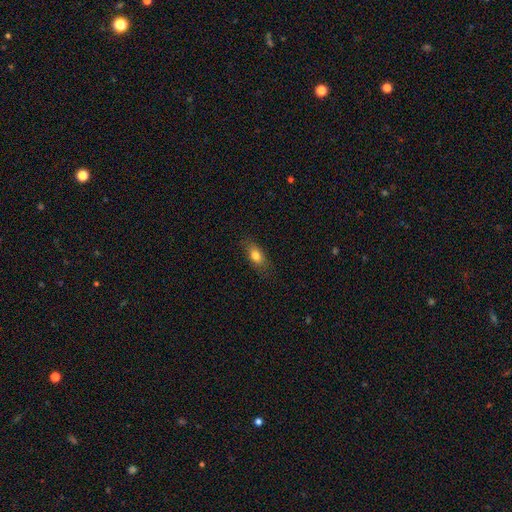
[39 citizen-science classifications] A smooth galaxy with no disk features (77%) that is in between round and cigar-shaped (90%). Merging: none (76%).